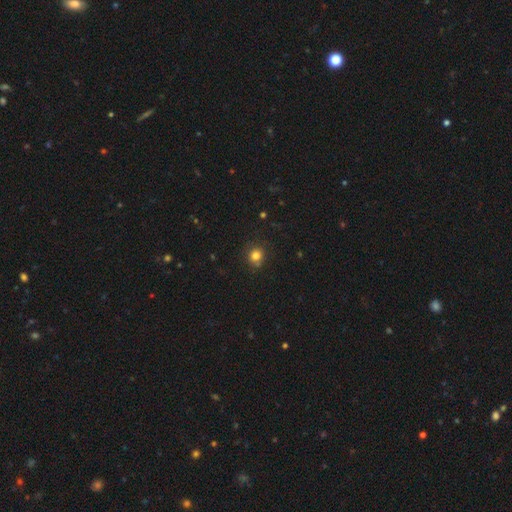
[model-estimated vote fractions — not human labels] A smooth galaxy with no disk features (80%) that is round (85%). Merging: none (79%).